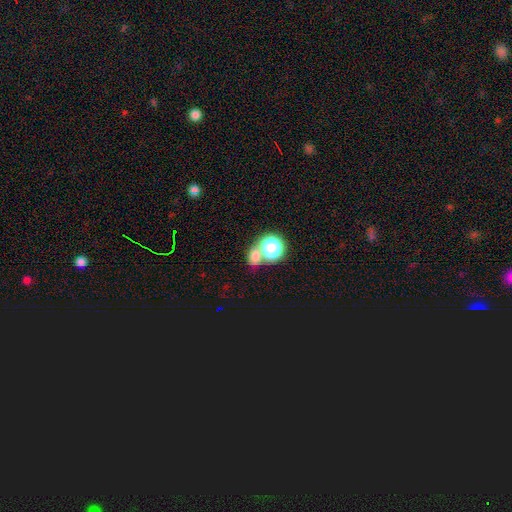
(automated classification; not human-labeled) Q: Smooth or featured?
A: smooth (67%); runner-up: star or artifact (23%)
Q: How rounded?
A: round (66%); runner-up: in between (32%)
Q: Merging?
A: none (44%); runner-up: merger (43%)